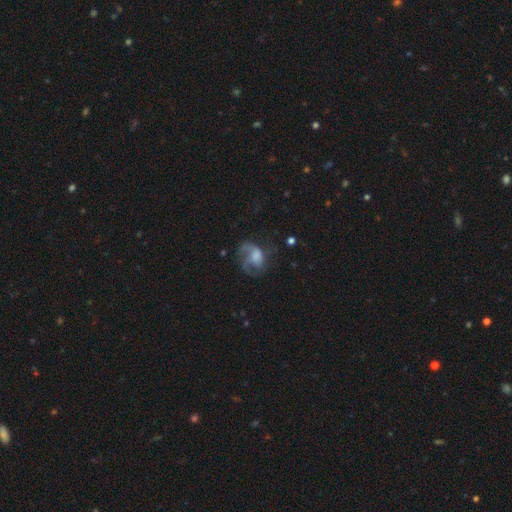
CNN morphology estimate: smooth_or_featured: featured or disk (p=0.54) [alt: smooth p=0.35]
disk_edge_on: no (p=0.97) [alt: yes p=0.03]
bar: no (p=0.70) [alt: weak p=0.25]
has_spiral_arms: yes (p=0.70) [alt: no p=0.30]
bulge_size: none (p=0.32) [alt: moderate p=0.26]
merging: major disturbance (p=0.41) [alt: none p=0.36]